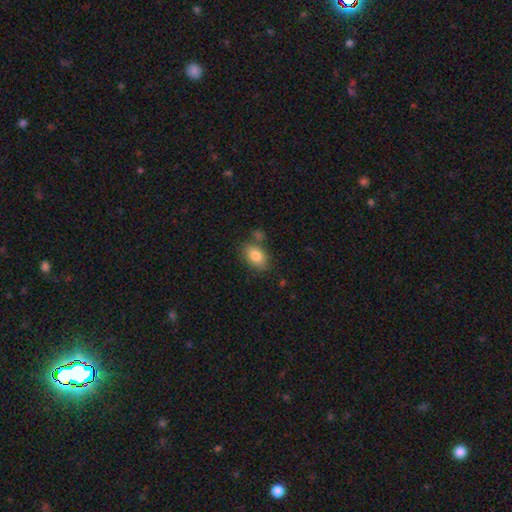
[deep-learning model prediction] smooth_or_featured: smooth (p=0.82) [alt: featured or disk p=0.10]
how_rounded: in between (p=0.85) [alt: round p=0.13]
merging: none (p=0.71) [alt: minor disturbance p=0.16]